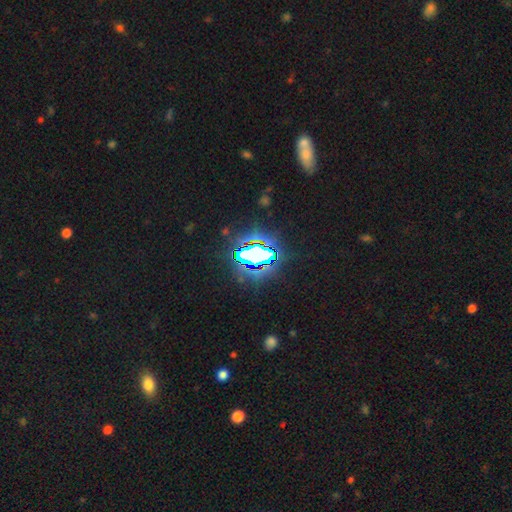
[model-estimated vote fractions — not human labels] A star or artifact, not a galaxy (73%).